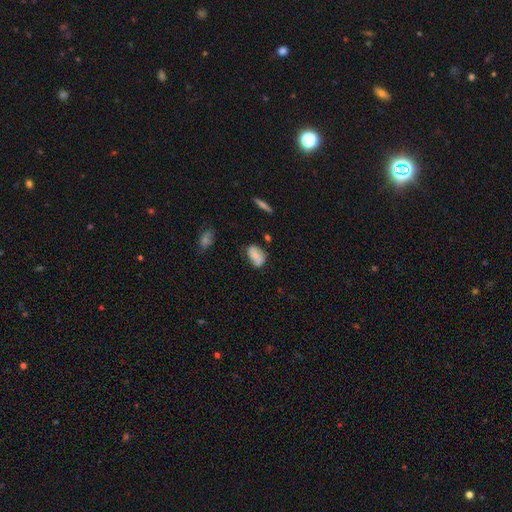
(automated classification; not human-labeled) smooth 65%, featured or disk 26%, star or artifact 9%. Down the decision tree: how rounded — in between (87%); merging — none (57%).